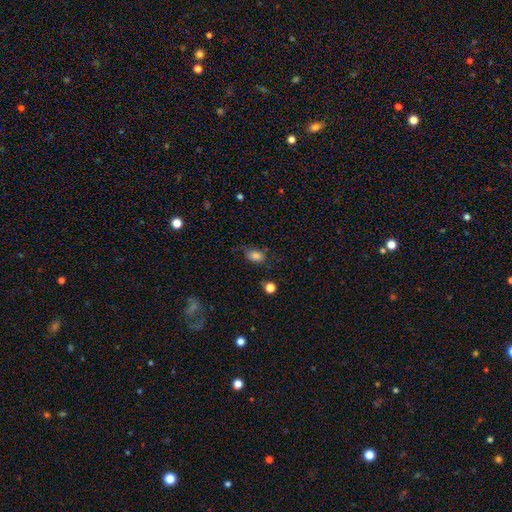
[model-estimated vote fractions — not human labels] Q: Smooth or featured?
A: smooth (83%); runner-up: star or artifact (10%)
Q: How rounded?
A: in between (82%); runner-up: round (16%)
Q: Merging?
A: none (66%); runner-up: minor disturbance (24%)